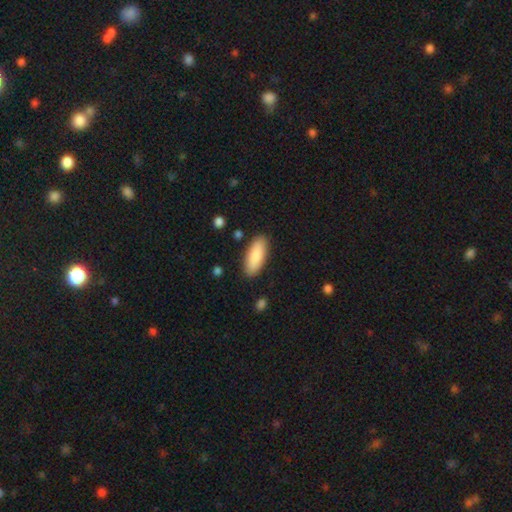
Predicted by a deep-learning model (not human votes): This is clearly a smooth galaxy (84%). How rounded: likely in between (77%). Merging: clearly none (87%).